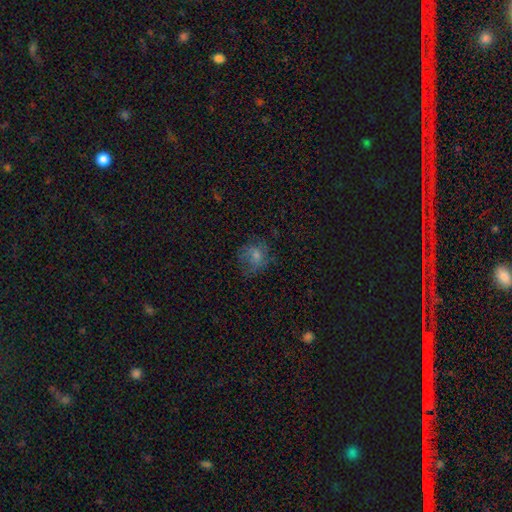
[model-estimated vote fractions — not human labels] Smooth or featured? Predicted: smooth (p=0.59). How rounded? Predicted: round (p=0.71). Merging? Predicted: none (p=0.57).